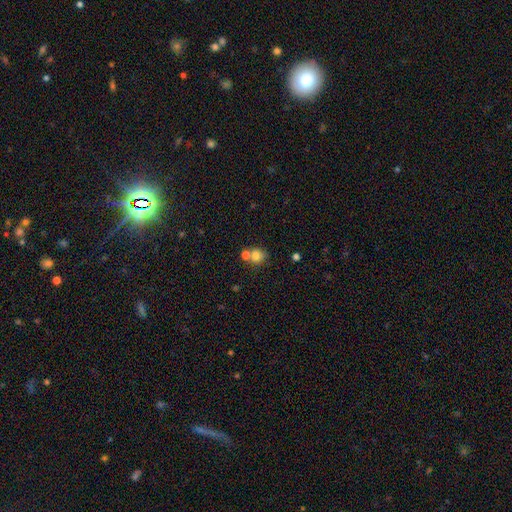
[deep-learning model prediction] Smooth or featured? Predicted: smooth (p=0.76). How rounded? Predicted: round (p=0.76). Merging? Predicted: none (p=0.49).